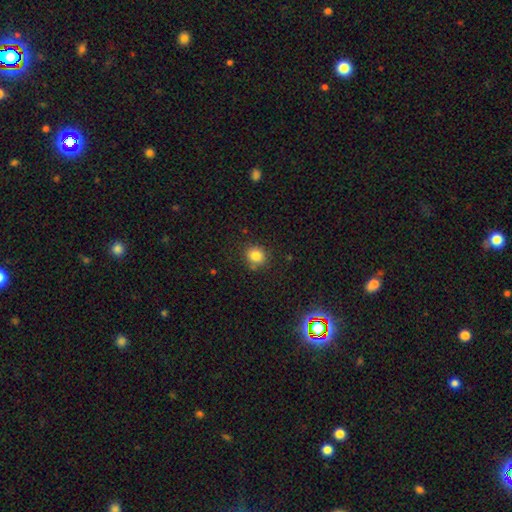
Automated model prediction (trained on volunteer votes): A smooth galaxy with no disk features (82%) that is round (80%).

Vote fractions:
- Smooth or featured? smooth: 82% / star or artifact: 12% / featured or disk: 6%
- How rounded? round: 80% / in between: 19% / cigar-shaped: 1%
- Merging? none: 82% / minor disturbance: 12% / merger: 4% / major disturbance: 3%